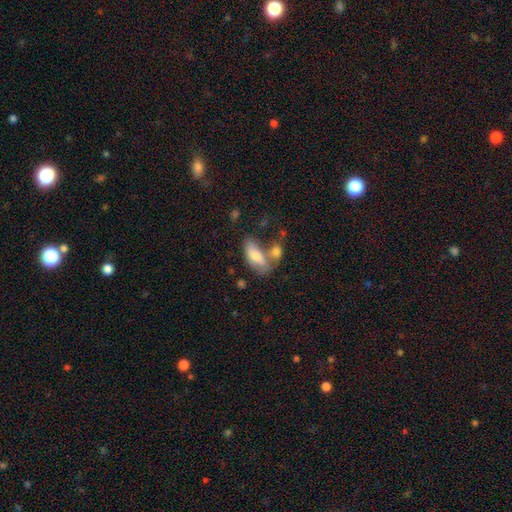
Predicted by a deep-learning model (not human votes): Smooth or featured?
  - smooth: 71% *
  - featured or disk: 22%
  - star or artifact: 7%
How rounded?
  - in between: 83% *
  - cigar-shaped: 14%
  - round: 3%
Merging?
  - merger: 40% *
  - none: 35%
  - minor disturbance: 16%
  - major disturbance: 9%